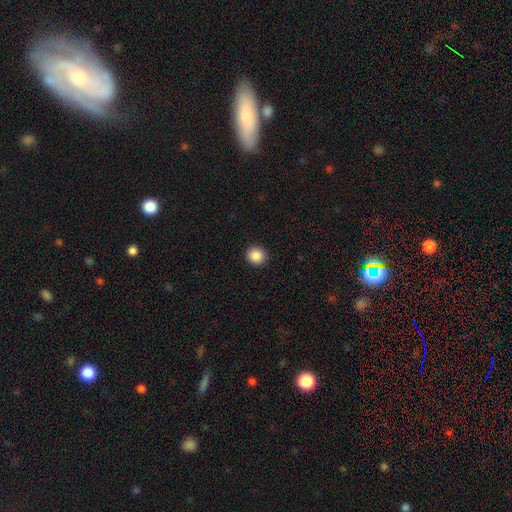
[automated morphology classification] smooth 88%, star or artifact 9%, featured or disk 3%. Down the decision tree: how rounded — round (91%); merging — none (93%).